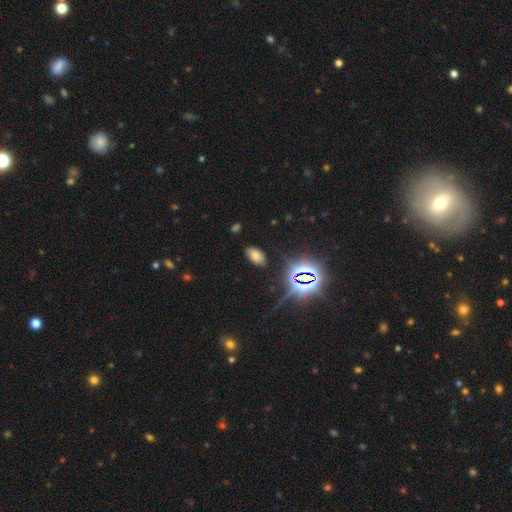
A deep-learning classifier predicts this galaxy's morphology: A smooth galaxy with no disk features (61%) that is in between round and cigar-shaped (93%).

Vote fractions:
- Smooth or featured? smooth: 61% / star or artifact: 30% / featured or disk: 9%
- How rounded? in between: 93% / round: 5% / cigar-shaped: 2%
- Merging? none: 85% / minor disturbance: 10% / major disturbance: 3% / merger: 2%